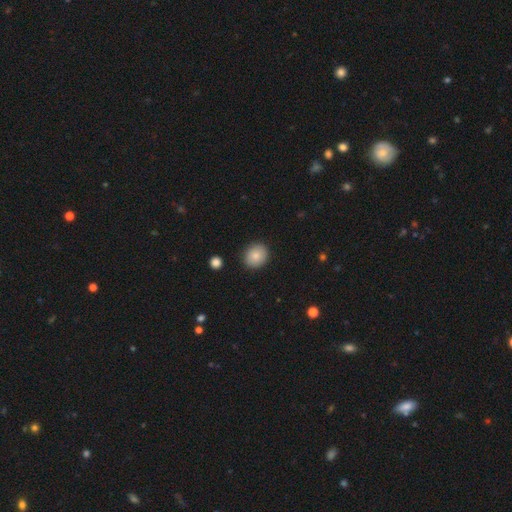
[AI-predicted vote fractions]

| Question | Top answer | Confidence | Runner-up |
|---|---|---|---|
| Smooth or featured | smooth | 84% | star or artifact (9%) |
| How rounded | round | 73% | in between (26%) |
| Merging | none | 89% | minor disturbance (7%) |